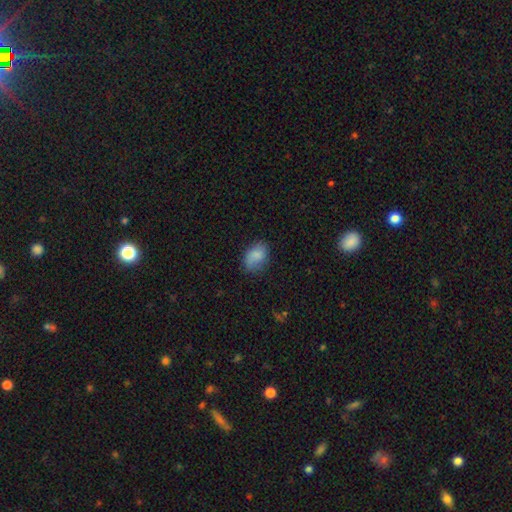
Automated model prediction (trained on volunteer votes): Smooth or featured? Predicted: smooth (p=0.83). How rounded? Predicted: in between (p=0.80). Merging? Predicted: none (p=0.68).